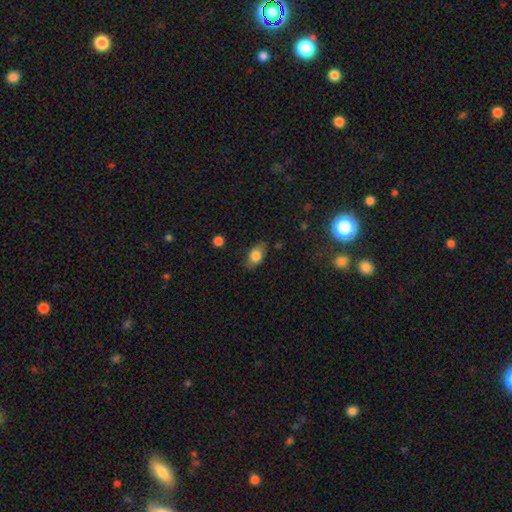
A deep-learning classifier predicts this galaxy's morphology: This is likely a smooth galaxy (77%). How rounded: clearly in between (88%). Merging: clearly none (80%).